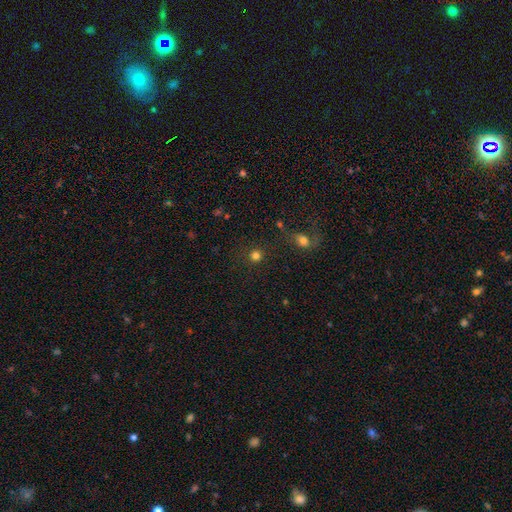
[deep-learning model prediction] Smooth or featured: smooth — 79% (star or artifact — 15%)
How rounded: round — 92% (in between — 7%)
Merging: none — 85% (minor disturbance — 6%)